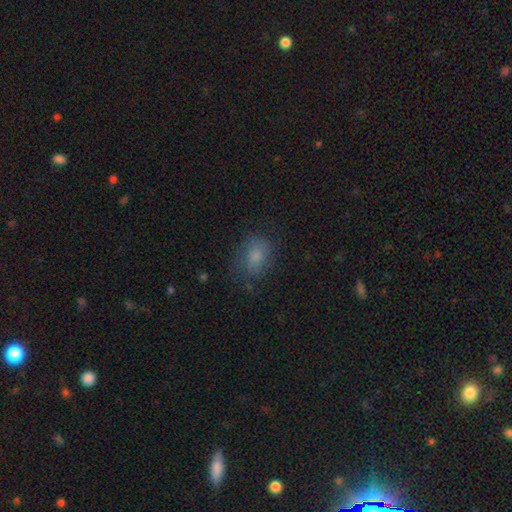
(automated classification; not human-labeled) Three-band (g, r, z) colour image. It shows a smooth galaxy with no disk features (76%) that is in between round and cigar-shaped (69%). Merging: none (65%).